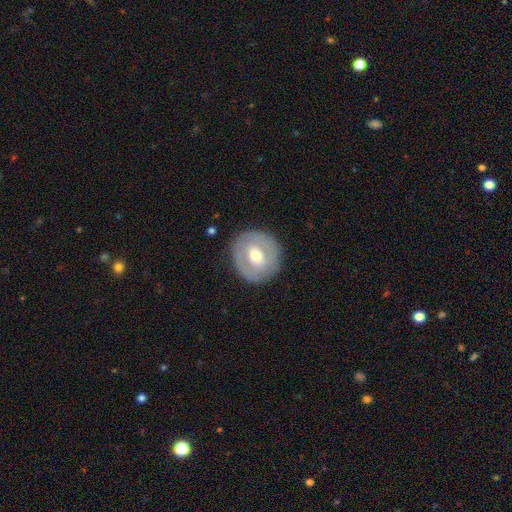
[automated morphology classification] This is possibly a featured or disk galaxy (55%). It is clearly not viewed edge-on (95%). Bar: marginally no (43%). Spiral arm pattern: likely no (64%). Central bulge: likely moderate (73%). Merging: clearly none (87%).